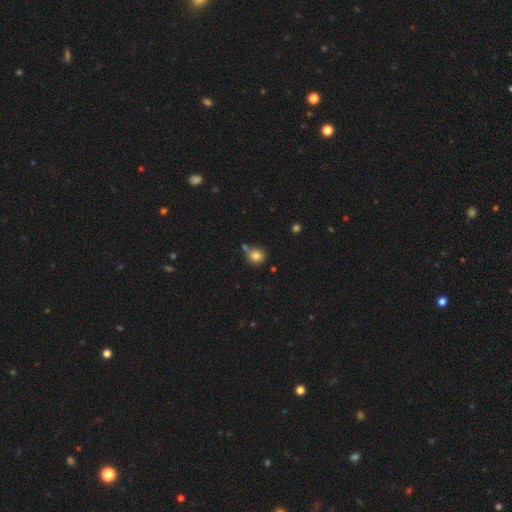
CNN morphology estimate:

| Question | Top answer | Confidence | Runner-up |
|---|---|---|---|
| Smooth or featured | smooth | 82% | star or artifact (10%) |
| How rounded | round | 77% | in between (21%) |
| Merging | none | 60% | merger (19%) |